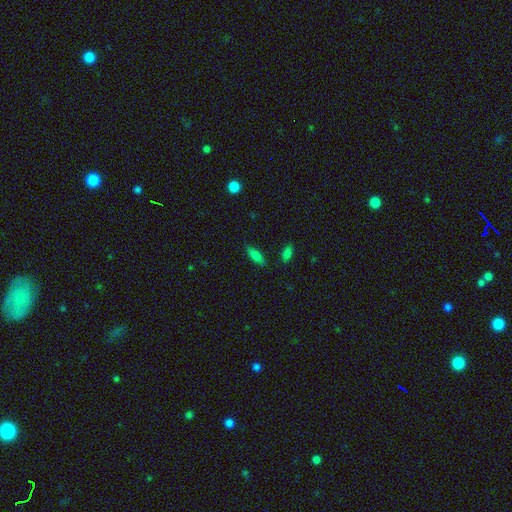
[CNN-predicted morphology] This is likely a smooth galaxy (77%). How rounded: likely in between (62%). Merging: clearly none (84%).